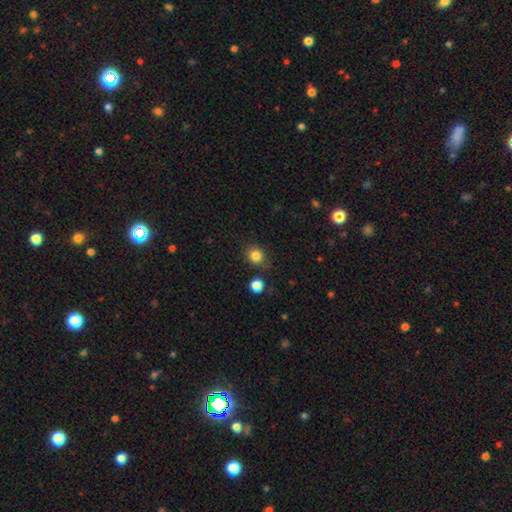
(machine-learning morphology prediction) Q: Smooth or featured?
A: smooth (84%); runner-up: star or artifact (12%)
Q: How rounded?
A: round (82%); runner-up: in between (17%)
Q: Merging?
A: none (80%); runner-up: minor disturbance (12%)